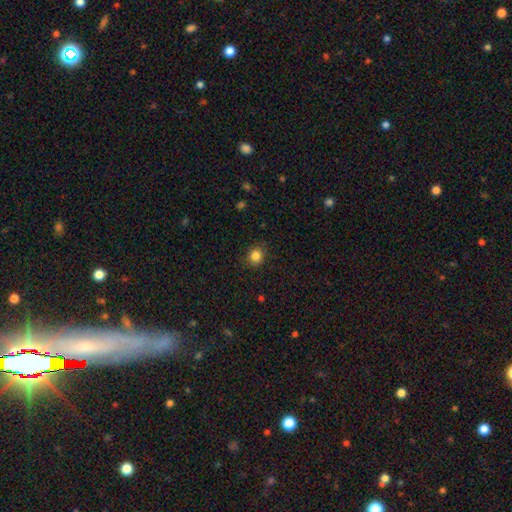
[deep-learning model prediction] This appears to be a smooth galaxy with no disk features (84%) that is round (80%). Merging: none (87%).